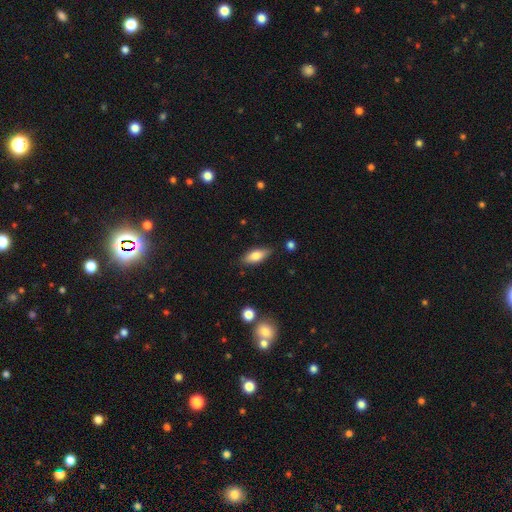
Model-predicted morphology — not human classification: Smooth or featured: smooth — 75% (featured or disk — 18%)
How rounded: in between — 77% (cigar-shaped — 20%)
Merging: none — 84% (minor disturbance — 12%)